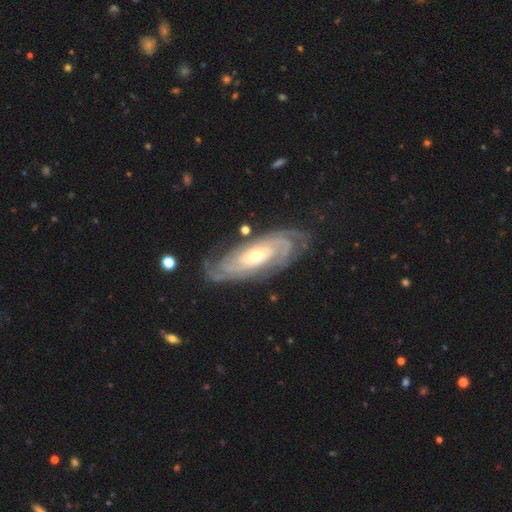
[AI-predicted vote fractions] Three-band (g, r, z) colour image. It shows a featured or disk galaxy (88%) with no bar (62%), tight (79%) spiral arms (97%) and a moderate central bulge (48%). Merging: none (78%).